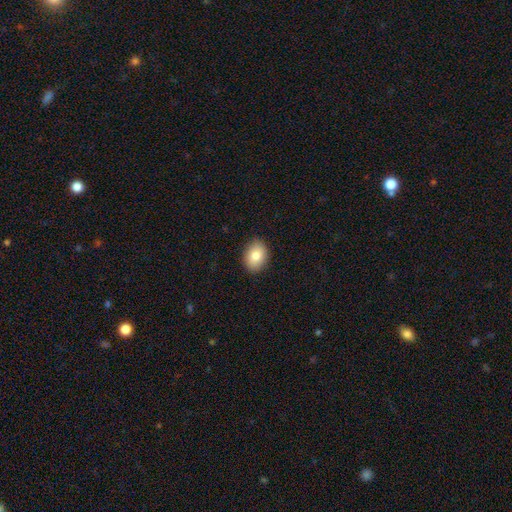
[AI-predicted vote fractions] Smooth or featured: smooth — 83% (featured or disk — 9%)
How rounded: in between — 71% (round — 28%)
Merging: none — 88% (minor disturbance — 9%)